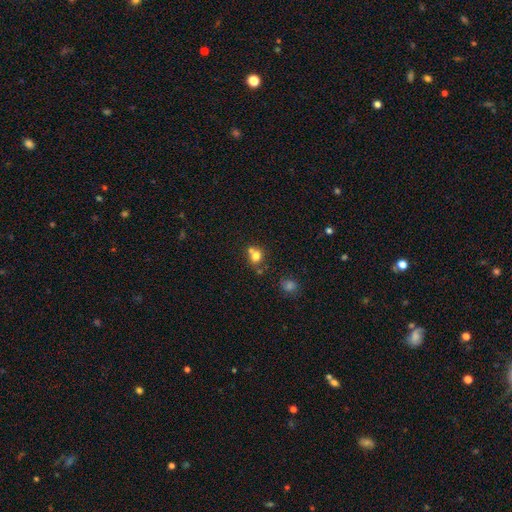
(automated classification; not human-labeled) smooth-or-featured: smooth: 74% | star or artifact: 13% | featured or disk: 13%
  how-rounded: round: 72% | in between: 27% | cigar-shaped: 1%
  merging: merger: 44% | none: 43% | minor disturbance: 9% | major disturbance: 4%